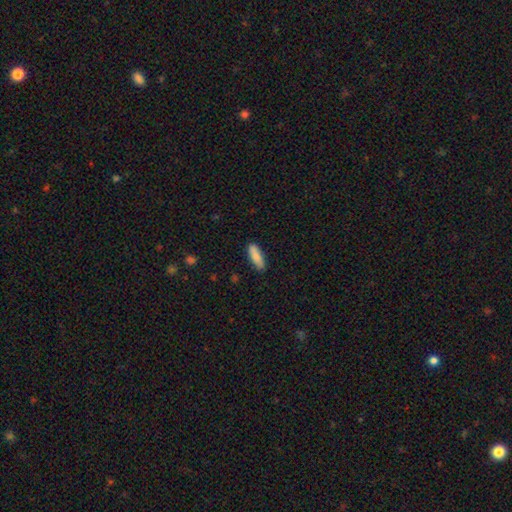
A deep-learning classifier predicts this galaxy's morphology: Overall: smooth (81%). How rounded: in between (58%; cigar-shaped 40%). Merging: none (84%).